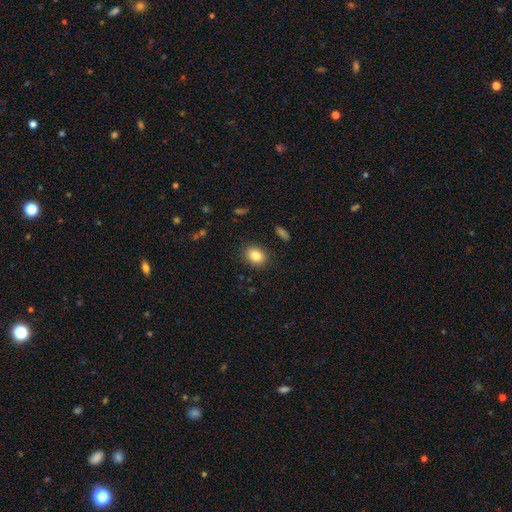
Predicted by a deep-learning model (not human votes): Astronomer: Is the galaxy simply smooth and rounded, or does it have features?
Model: smooth — 84%.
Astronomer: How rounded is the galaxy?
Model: in between — 57% (runner-up: round, 42%).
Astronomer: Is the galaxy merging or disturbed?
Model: none — 88%.